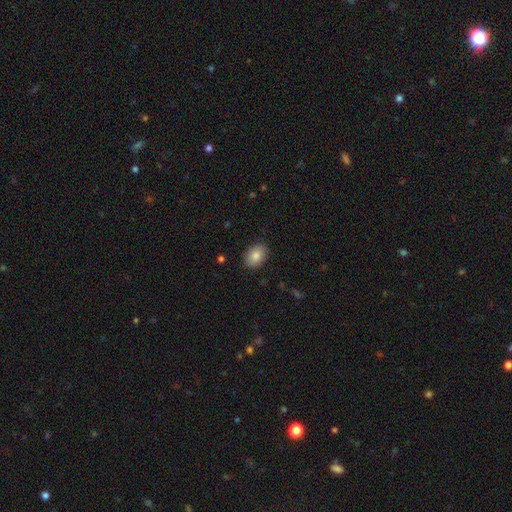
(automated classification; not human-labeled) Smooth or featured: smooth — 86% (star or artifact — 7%)
How rounded: in between — 82% (round — 17%)
Merging: none — 88% (minor disturbance — 9%)